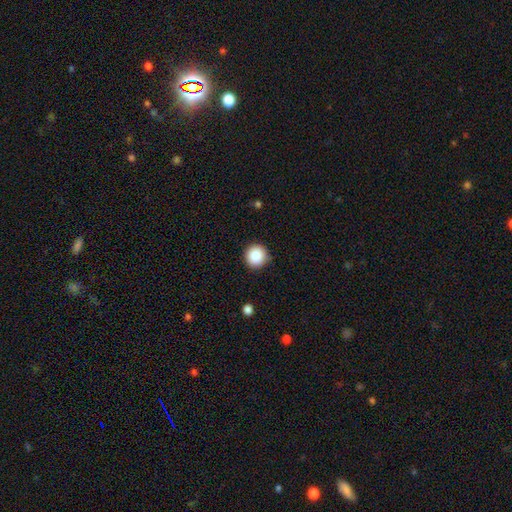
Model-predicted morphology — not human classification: A smooth galaxy with no disk features (87%) that is round (96%). Merging: none (89%).